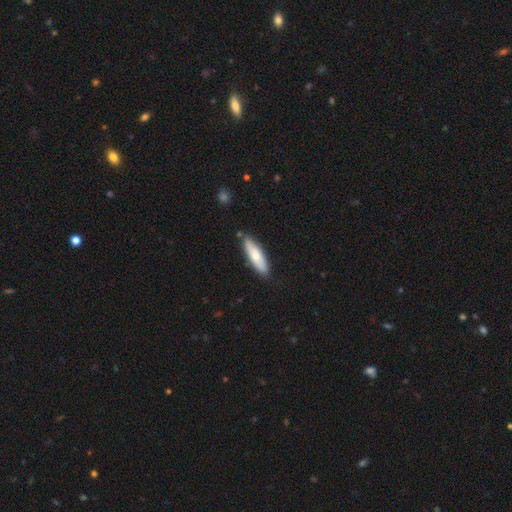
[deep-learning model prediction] A smooth galaxy with no disk features (68%) that is cigar-shaped (60%). Merging: none (82%).